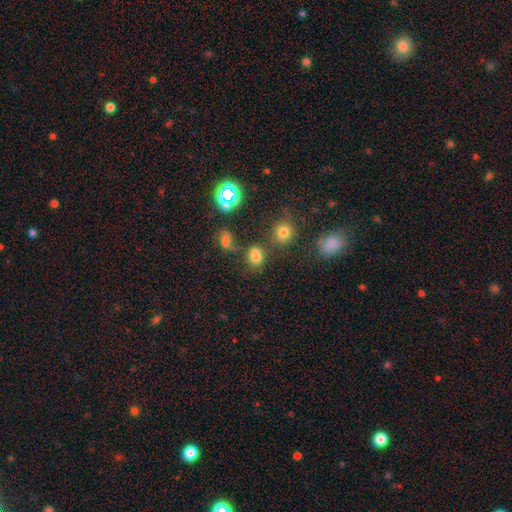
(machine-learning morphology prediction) A smooth galaxy with no disk features (72%) that is in between round and cigar-shaped (58%).

Vote fractions:
- Smooth or featured? smooth: 72% / star or artifact: 21% / featured or disk: 7%
- How rounded? in between: 58% / round: 41% / cigar-shaped: 2%
- Merging? none: 63% / minor disturbance: 15% / merger: 14% / major disturbance: 7%